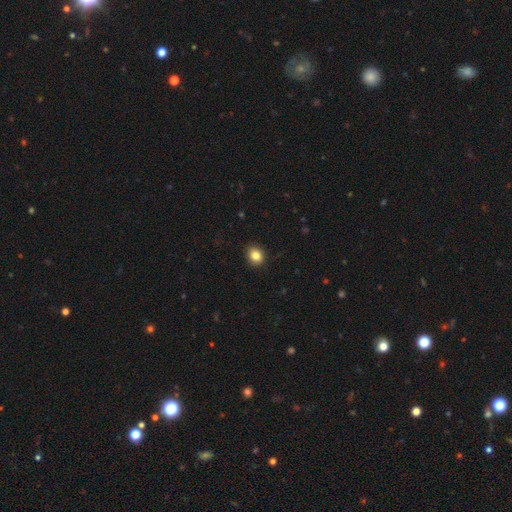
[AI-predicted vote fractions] Smooth or featured? smooth (85%)
How rounded? round (61%)
Merging? none (90%)